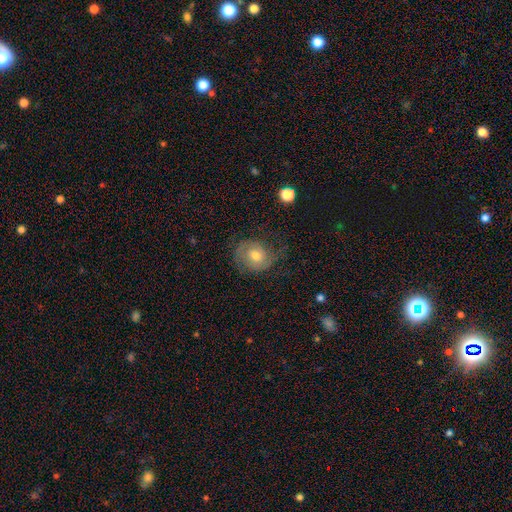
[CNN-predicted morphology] smooth-or-featured: featured or disk: 54% | smooth: 37% | star or artifact: 9%
  disk-edge-on: no: 97% | yes: 3%
    bar: no: 67% | weak: 28% | strong: 5%
    has-spiral-arms: yes: 83% | no: 17%
    bulge-size: moderate: 69% | small: 21% | large: 7% | none: 2% | dominant: 1%
  merging: none: 59% | minor disturbance: 23% | major disturbance: 16% | merger: 2%